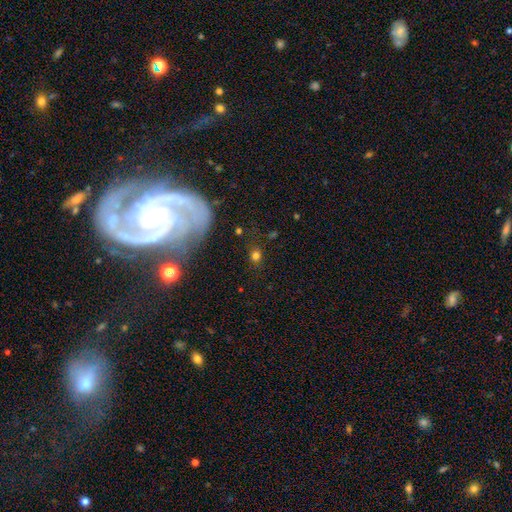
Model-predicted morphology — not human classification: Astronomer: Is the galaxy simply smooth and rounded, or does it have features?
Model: smooth — 71%.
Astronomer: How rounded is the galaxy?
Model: round — 73%.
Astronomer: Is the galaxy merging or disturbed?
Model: none — 78%.